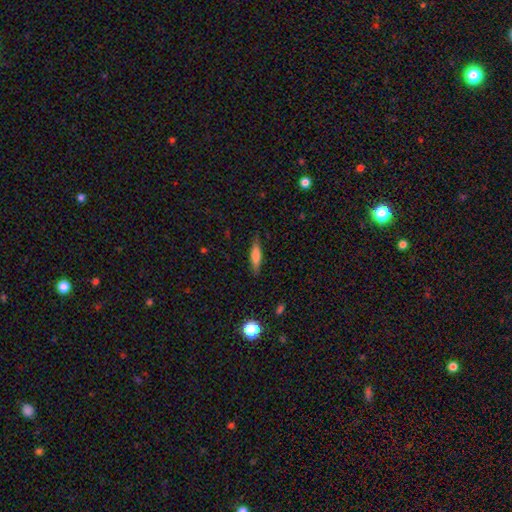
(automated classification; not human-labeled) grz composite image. It shows a smooth galaxy with no disk features (65%) that is cigar-shaped (72%). Merging: none (85%).